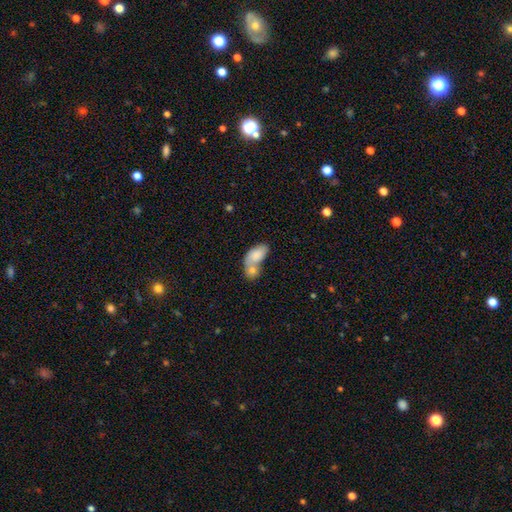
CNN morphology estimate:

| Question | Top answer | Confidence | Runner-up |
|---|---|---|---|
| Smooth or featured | smooth | 79% | featured or disk (15%) |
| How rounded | in between | 91% | round (6%) |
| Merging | merger | 67% | none (19%) |